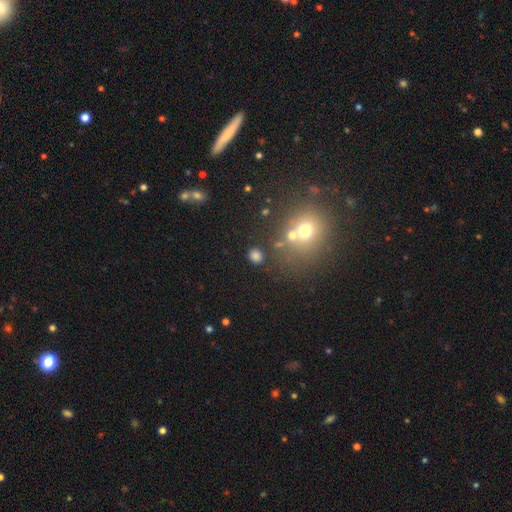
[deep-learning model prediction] This appears to be a smooth galaxy with no disk features (77%) that is round (71%). Merging: none (80%).